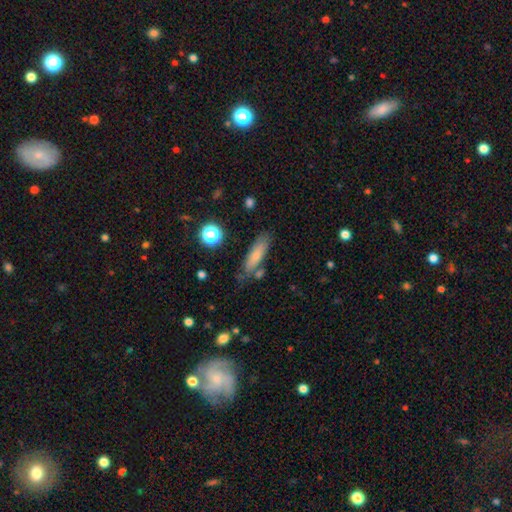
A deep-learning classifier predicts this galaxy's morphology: Q: Smooth or featured?
A: smooth (73%); runner-up: featured or disk (19%)
Q: How rounded?
A: cigar-shaped (56%); runner-up: in between (41%)
Q: Merging?
A: none (68%); runner-up: minor disturbance (19%)